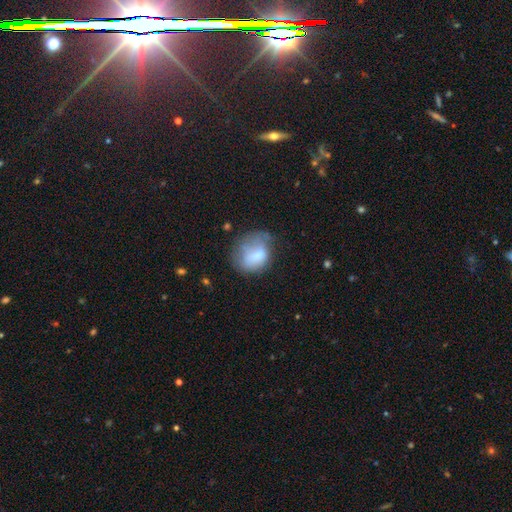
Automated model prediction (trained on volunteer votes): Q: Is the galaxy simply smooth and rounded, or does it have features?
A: smooth — 68%.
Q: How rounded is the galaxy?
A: round — 53%.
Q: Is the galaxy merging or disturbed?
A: none — 38%.